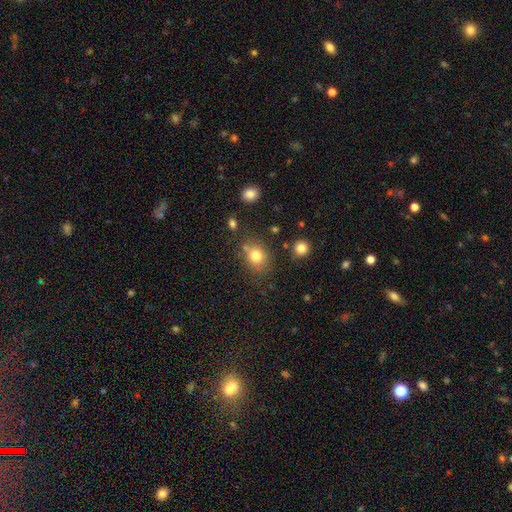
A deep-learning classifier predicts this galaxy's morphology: Smooth or featured?
  - smooth: 79% *
  - star or artifact: 12%
  - featured or disk: 9%
How rounded?
  - round: 61% *
  - in between: 38%
  - cigar-shaped: 1%
Merging?
  - none: 71% *
  - minor disturbance: 15%
  - merger: 9%
  - major disturbance: 5%